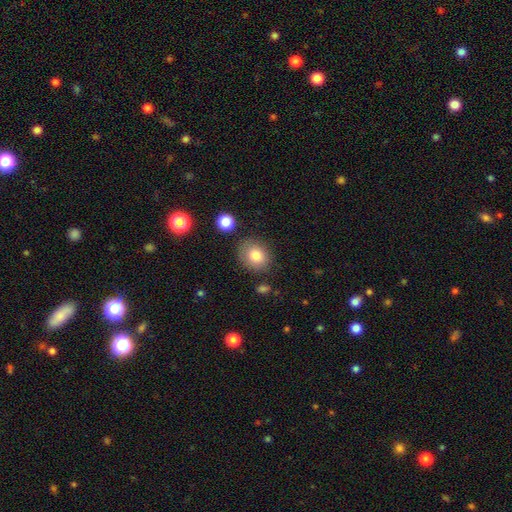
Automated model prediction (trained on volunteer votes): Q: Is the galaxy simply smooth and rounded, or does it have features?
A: smooth — 81%.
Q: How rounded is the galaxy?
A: round — 64%.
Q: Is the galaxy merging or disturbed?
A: none — 79%.